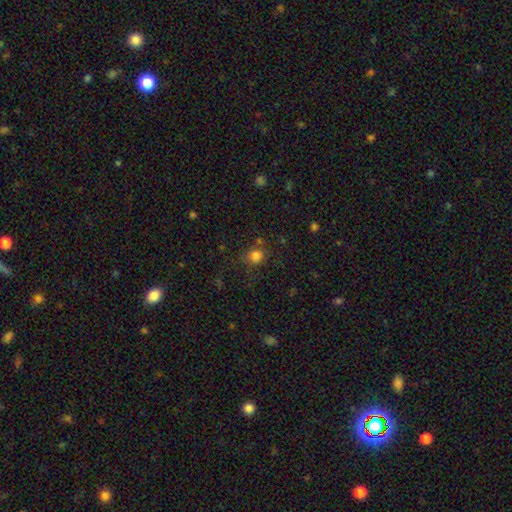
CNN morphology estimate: Smooth or featured?
  - smooth: 80% *
  - star or artifact: 14%
  - featured or disk: 6%
How rounded?
  - round: 79% *
  - in between: 20%
  - cigar-shaped: 1%
Merging?
  - none: 69% *
  - minor disturbance: 17%
  - major disturbance: 8%
  - merger: 7%